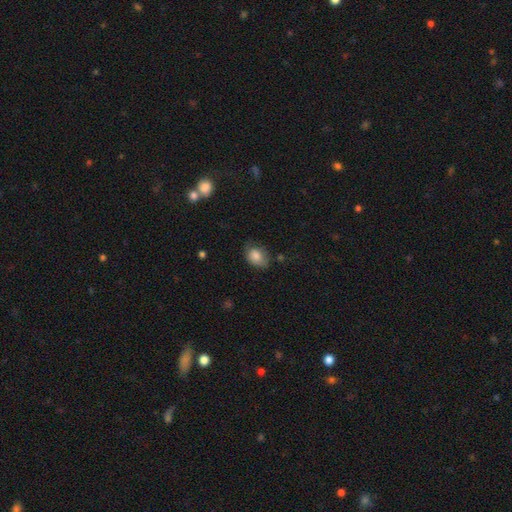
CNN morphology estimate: Q: Smooth or featured?
A: smooth (82%); runner-up: featured or disk (9%)
Q: How rounded?
A: in between (67%); runner-up: round (32%)
Q: Merging?
A: none (59%); runner-up: minor disturbance (30%)